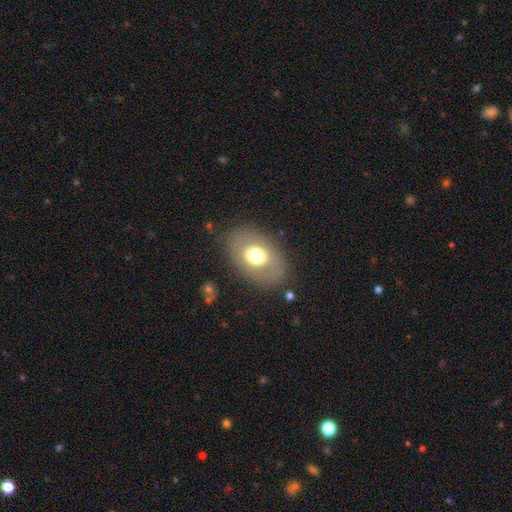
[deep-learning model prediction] smooth_or_featured: smooth (p=0.59) [alt: featured or disk p=0.33]
how_rounded: in between (p=0.77) [alt: round p=0.22]
merging: none (p=0.80) [alt: minor disturbance p=0.12]